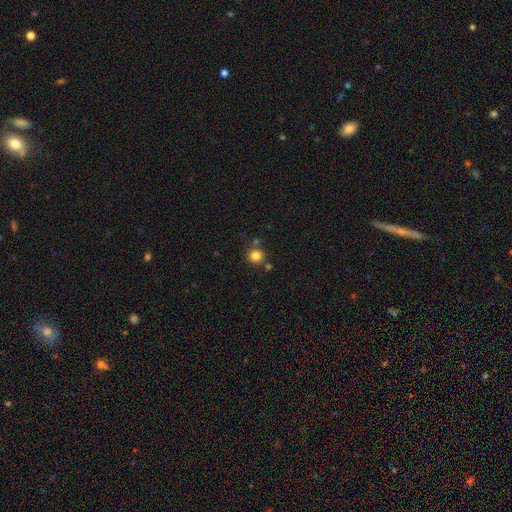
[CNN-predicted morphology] This appears to be a smooth galaxy with no disk features (82%) that is round (93%). Merging: none (79%).